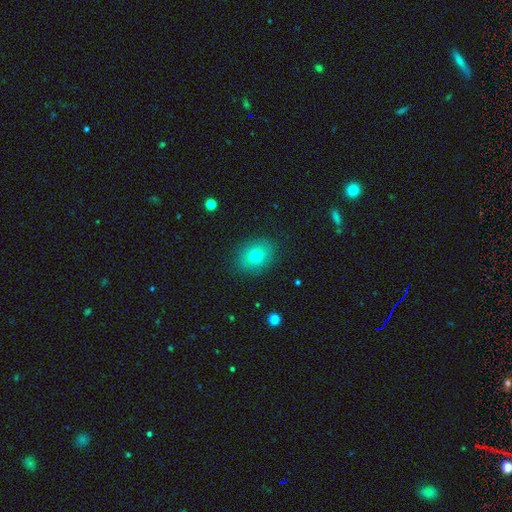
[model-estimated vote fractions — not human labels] Smooth or featured: smooth — 74% (featured or disk — 14%)
How rounded: in between — 54% (round — 45%)
Merging: none — 87% (minor disturbance — 9%)